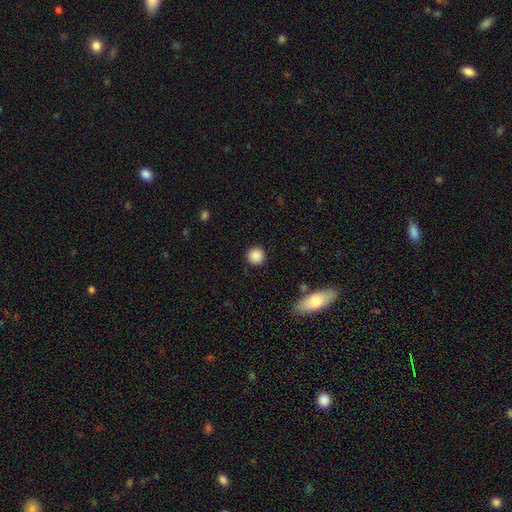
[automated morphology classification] The model was most divided on "smooth or featured": smooth: 88%, star or artifact: 9%, featured or disk: 3%. More confident: how rounded — round (94%); merging — none (90%).